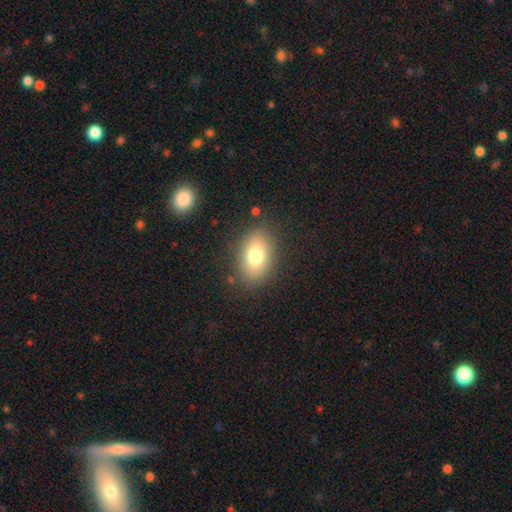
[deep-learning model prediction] Q: Smooth or featured?
A: smooth (77%); runner-up: featured or disk (13%)
Q: How rounded?
A: in between (83%); runner-up: round (16%)
Q: Merging?
A: none (83%); runner-up: minor disturbance (11%)